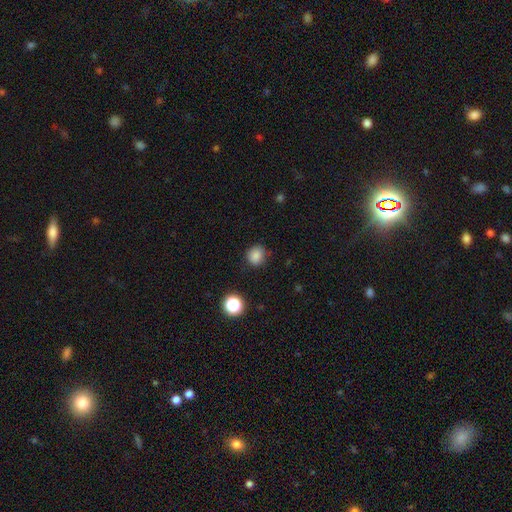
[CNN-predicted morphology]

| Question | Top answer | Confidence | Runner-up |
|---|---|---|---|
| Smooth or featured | smooth | 84% | star or artifact (12%) |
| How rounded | round | 81% | in between (18%) |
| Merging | none | 84% | minor disturbance (12%) |